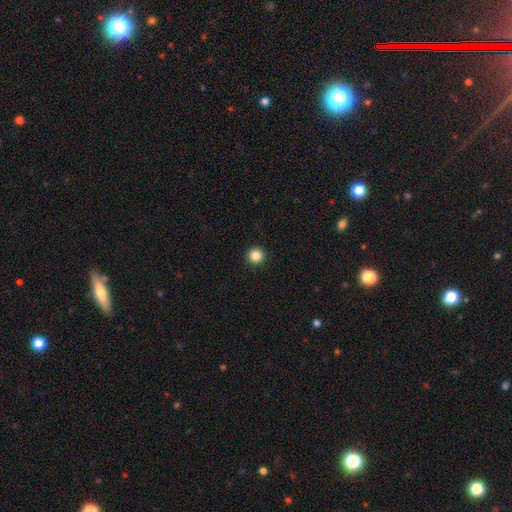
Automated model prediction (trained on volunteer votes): smooth 86%, star or artifact 11%, featured or disk 3%. Down the decision tree: how rounded — round (96%); merging — none (94%).